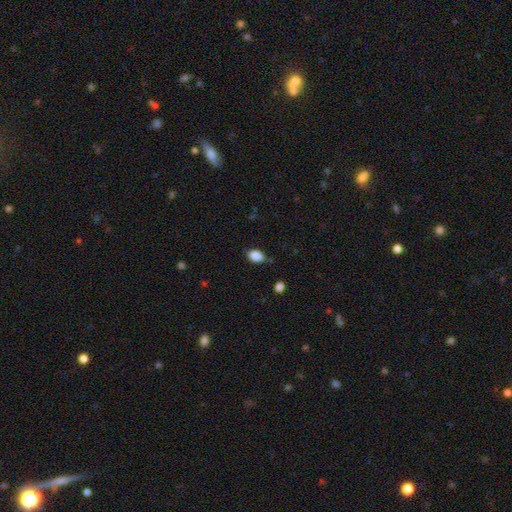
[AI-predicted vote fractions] The model was most divided on "merging": none: 78%, minor disturbance: 17%, major disturbance: 3%, merger: 2%. More confident: smooth or featured — smooth (87%); how rounded — in between (81%).